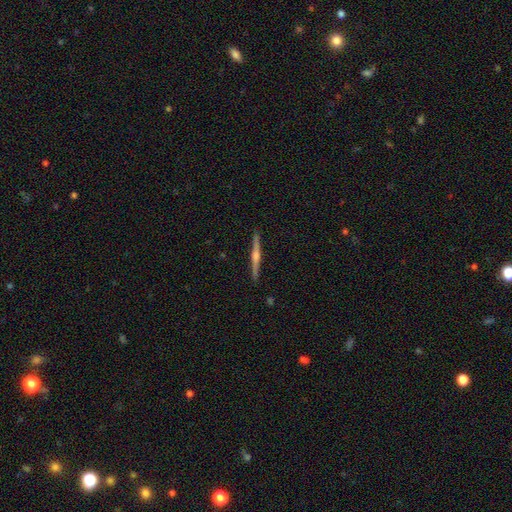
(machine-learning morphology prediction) A featured or disk galaxy (80%) viewed edge-on (99%) with a rounded central bulge (86%).

Vote fractions:
- Smooth or featured? featured or disk: 80% / smooth: 14% / star or artifact: 5%
- Edge-on disk? yes: 99% / no: 1%
- Edge-on bulge? rounded: 86% / boxy: 7% / none: 7%
- Merging? none: 93% / minor disturbance: 5% / major disturbance: 1% / merger: 1%